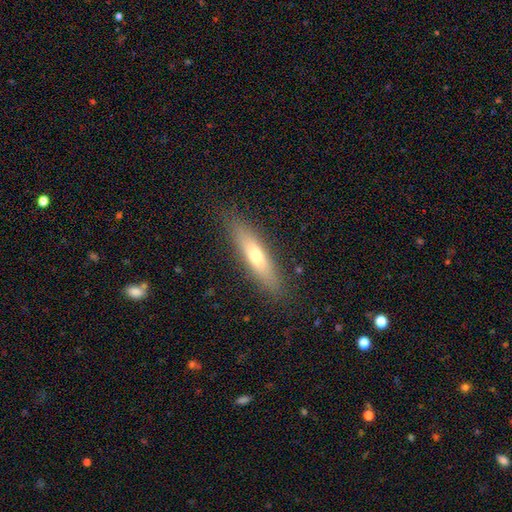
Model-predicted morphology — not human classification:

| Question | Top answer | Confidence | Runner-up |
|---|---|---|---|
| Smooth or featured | smooth | 57% | featured or disk (36%) |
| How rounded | cigar-shaped | 81% | in between (17%) |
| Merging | none | 88% | minor disturbance (9%) |